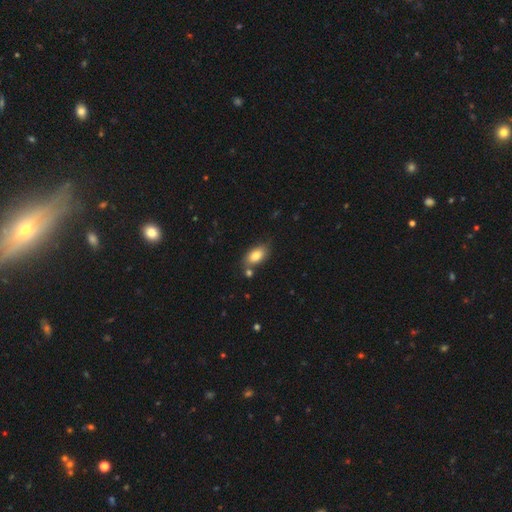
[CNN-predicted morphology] smooth 82%, featured or disk 10%, star or artifact 8%. Down the decision tree: how rounded — in between (90%); merging — none (69%).